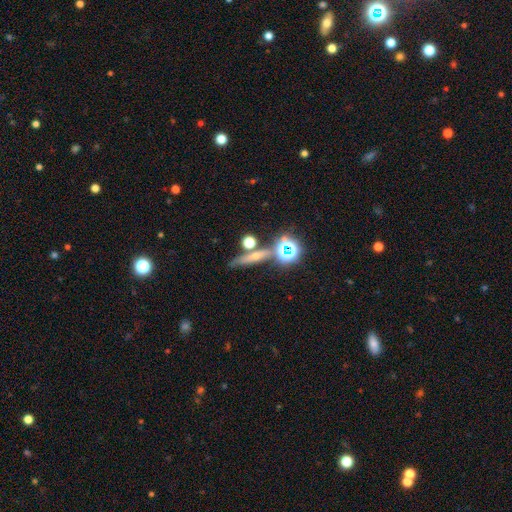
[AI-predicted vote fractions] Smooth or featured: featured or disk — 37% (star or artifact — 33%)
Merging: none — 75% (merger — 11%)